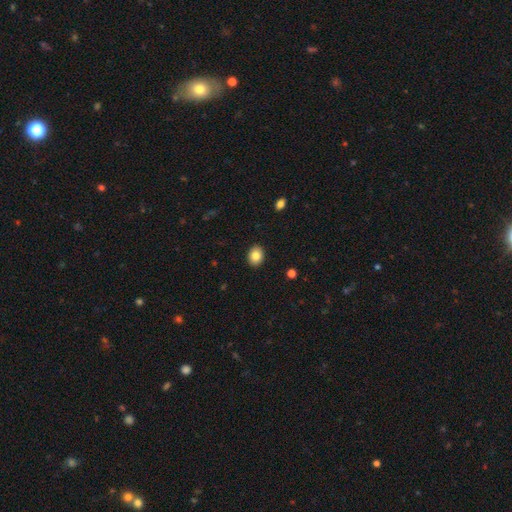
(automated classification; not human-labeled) Smooth or featured? smooth (85%)
How rounded? in between (54%)
Merging? none (91%)